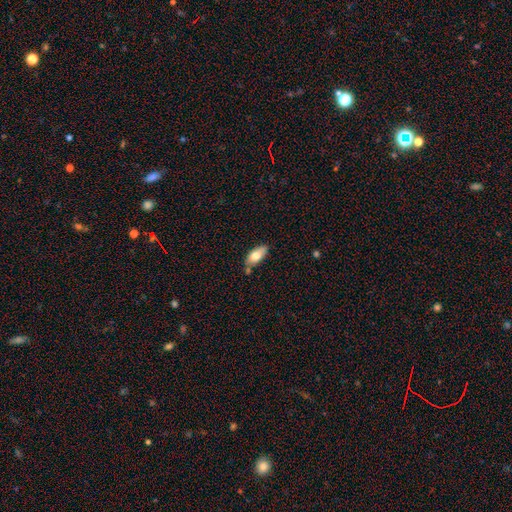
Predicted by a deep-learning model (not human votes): Smooth or featured?
  - smooth: 73% *
  - featured or disk: 21%
  - star or artifact: 6%
How rounded?
  - in between: 86% *
  - cigar-shaped: 11%
  - round: 3%
Merging?
  - none: 67% *
  - minor disturbance: 21%
  - merger: 8%
  - major disturbance: 4%